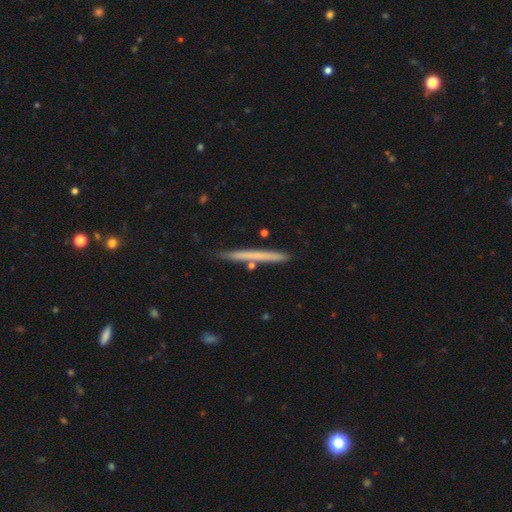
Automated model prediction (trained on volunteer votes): Morphology: type=smooth (55%); roundness=cigar-shaped (97%); merging=none (87%).